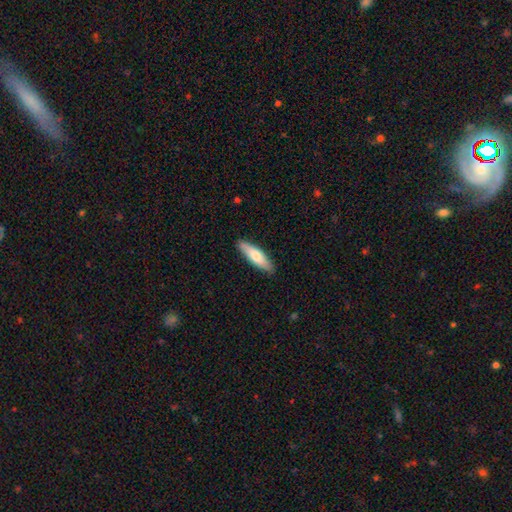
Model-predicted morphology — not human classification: Overall: smooth (70%). How rounded: cigar-shaped (63%; in between 35%). Merging: none (88%).